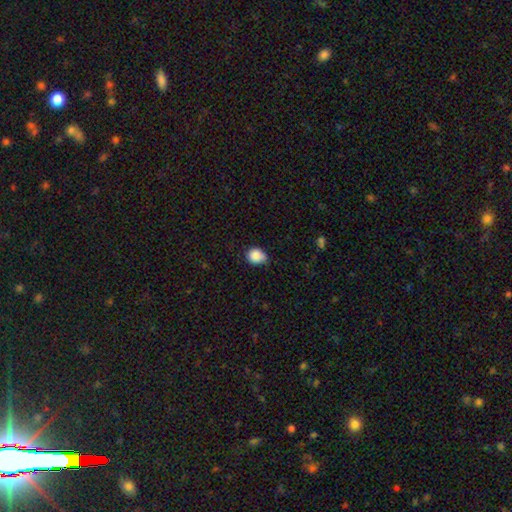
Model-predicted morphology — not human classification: smooth-or-featured: smooth: 86% | star or artifact: 9% | featured or disk: 5%
  how-rounded: round: 65% | in between: 34% | cigar-shaped: 1%
  merging: none: 55% | minor disturbance: 37% | major disturbance: 6% | merger: 3%